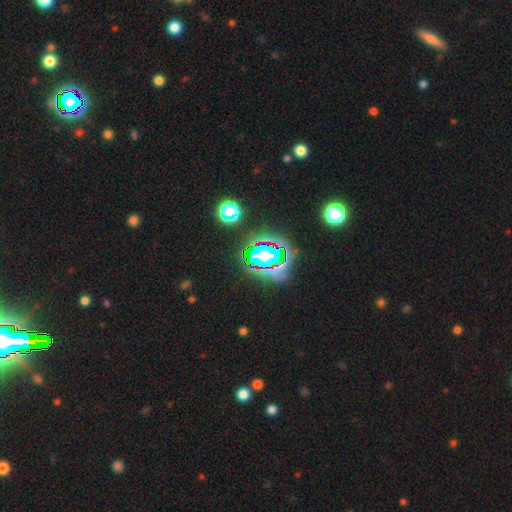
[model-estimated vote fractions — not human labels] star or artifact 78%, smooth 13%, featured or disk 9%.